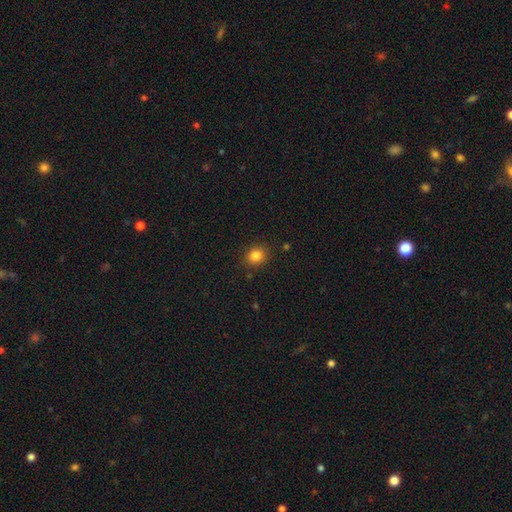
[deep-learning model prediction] Smooth or featured? Predicted: smooth (p=0.83). How rounded? Predicted: round (p=0.79). Merging? Predicted: none (p=0.87).